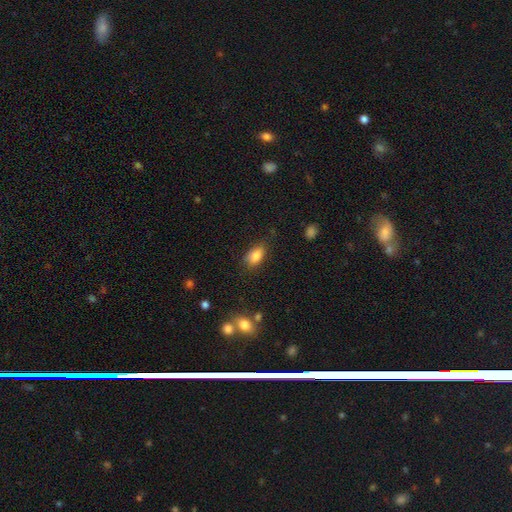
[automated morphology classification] A smooth galaxy with no disk features (86%) that is in between round and cigar-shaped (89%). Merging: none (75%).